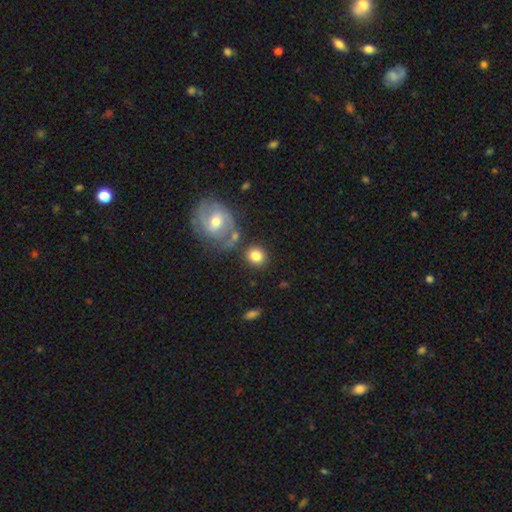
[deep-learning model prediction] Smooth or featured?
  - smooth: 81% *
  - featured or disk: 12%
  - star or artifact: 8%
How rounded?
  - round: 84% *
  - in between: 15%
  - cigar-shaped: 1%
Merging?
  - none: 75% *
  - merger: 11%
  - minor disturbance: 10%
  - major disturbance: 4%